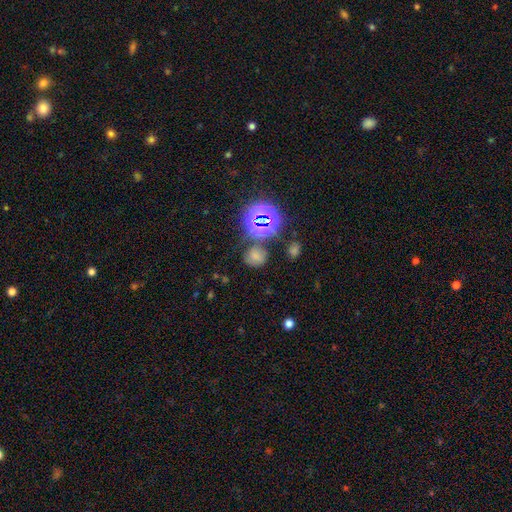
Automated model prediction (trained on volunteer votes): Smooth or featured?
  - smooth: 58% *
  - star or artifact: 32%
  - featured or disk: 11%
How rounded?
  - round: 74% *
  - in between: 25%
  - cigar-shaped: 1%
Merging?
  - none: 70% *
  - minor disturbance: 16%
  - merger: 8%
  - major disturbance: 6%